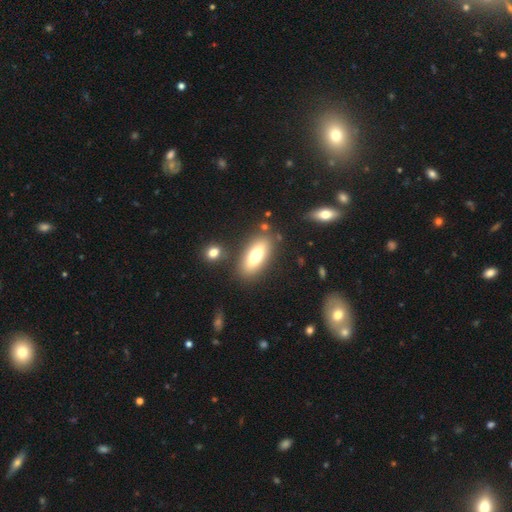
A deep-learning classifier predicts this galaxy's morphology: The model was most divided on "smooth or featured": smooth: 68%, featured or disk: 25%, star or artifact: 8%. More confident: merging — none (81%); how rounded — in between (74%).